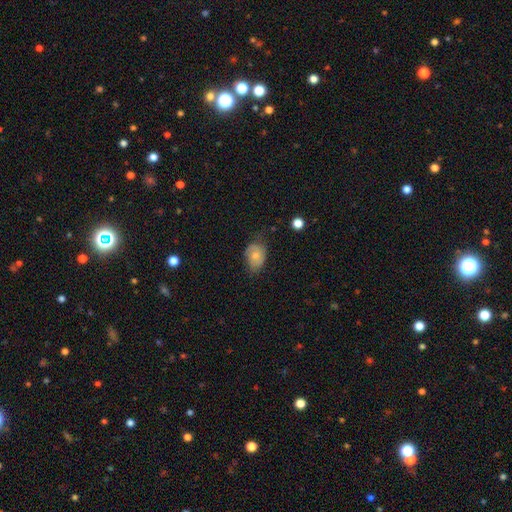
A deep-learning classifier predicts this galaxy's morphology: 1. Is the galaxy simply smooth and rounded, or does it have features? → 59% smooth, 33% featured or disk, 8% star or artifact.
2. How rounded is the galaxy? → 69% in between, 30% round, 1% cigar-shaped.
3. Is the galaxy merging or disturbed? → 55% none, 33% minor disturbance, 11% major disturbance, 2% merger.